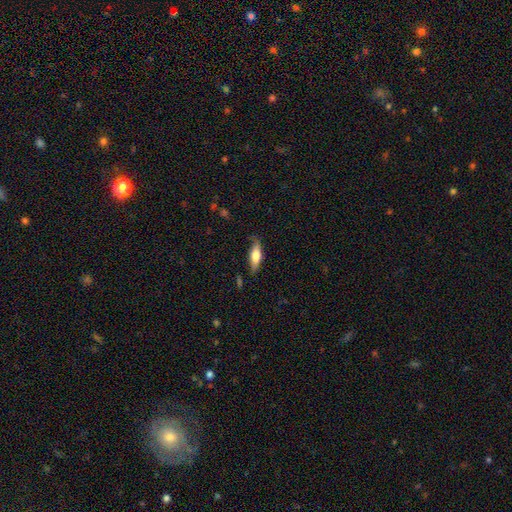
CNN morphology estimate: Q: Smooth or featured?
A: smooth (59%); runner-up: featured or disk (34%)
Q: How rounded?
A: in between (54%); runner-up: cigar-shaped (43%)
Q: Merging?
A: none (74%); runner-up: minor disturbance (20%)